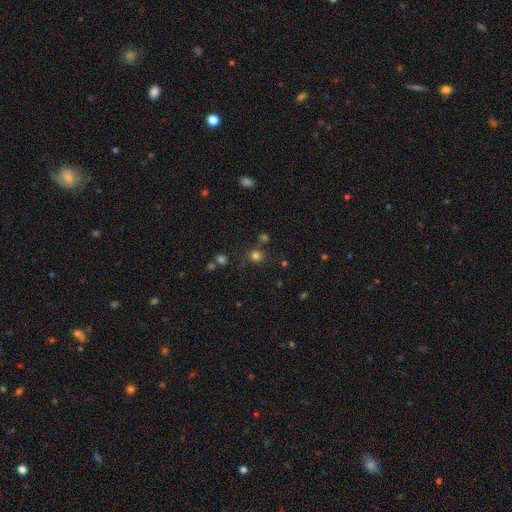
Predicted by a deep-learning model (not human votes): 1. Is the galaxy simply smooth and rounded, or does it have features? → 74% smooth, 20% star or artifact, 6% featured or disk.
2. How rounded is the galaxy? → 88% round, 11% in between, 1% cigar-shaped.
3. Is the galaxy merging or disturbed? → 74% none, 11% minor disturbance, 10% merger, 5% major disturbance.